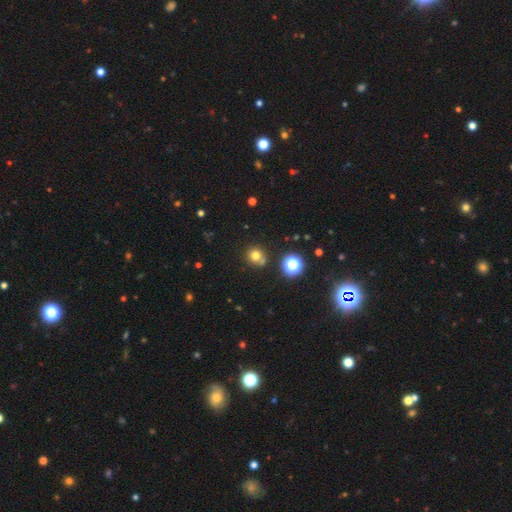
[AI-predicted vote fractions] This is likely a smooth galaxy (73%). How rounded: clearly round (89%). Merging: likely none (71%).